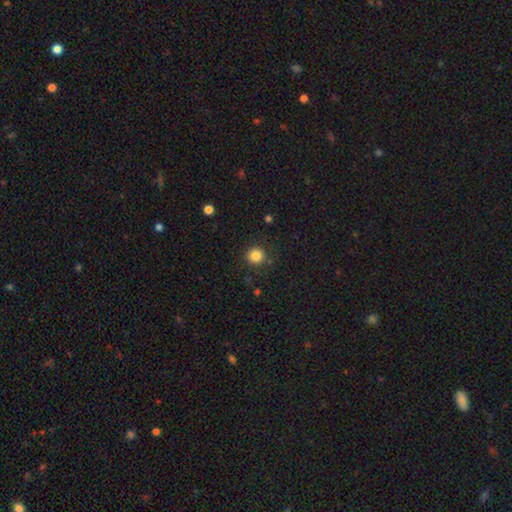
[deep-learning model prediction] Smooth or featured?
  - smooth: 84% *
  - star or artifact: 12%
  - featured or disk: 4%
How rounded?
  - round: 94% *
  - in between: 5%
  - cigar-shaped: 1%
Merging?
  - none: 88% *
  - minor disturbance: 7%
  - major disturbance: 3%
  - merger: 2%